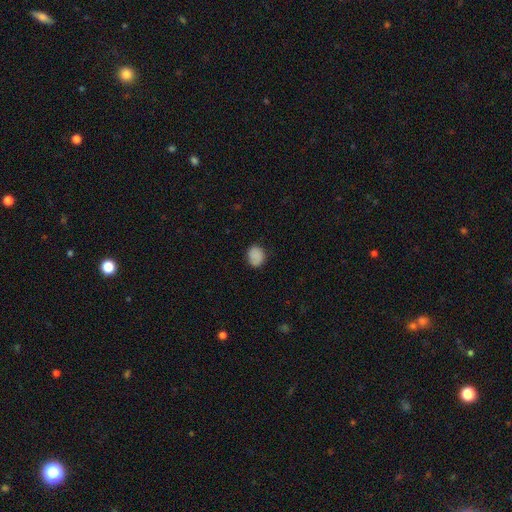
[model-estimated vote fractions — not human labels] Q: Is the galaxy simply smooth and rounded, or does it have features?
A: smooth — 86%.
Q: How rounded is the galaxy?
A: round — 56%.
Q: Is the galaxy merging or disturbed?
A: none — 80%.